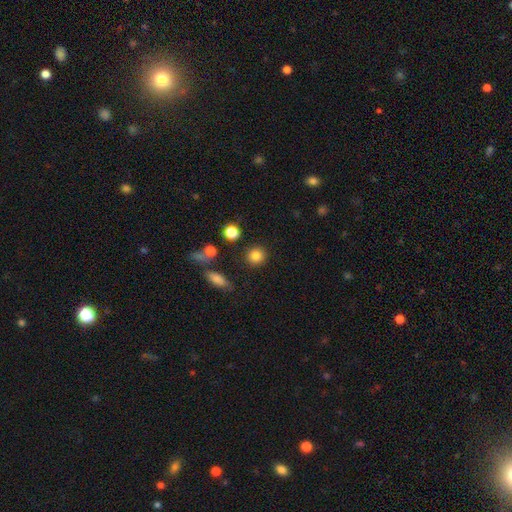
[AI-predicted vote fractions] Morphology: type=smooth (84%); roundness=round (89%); merging=none (87%).